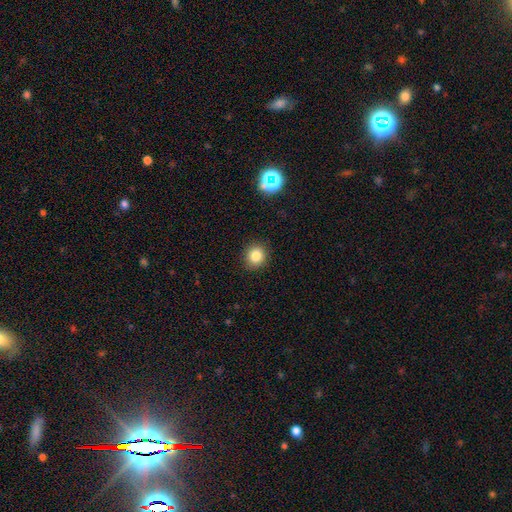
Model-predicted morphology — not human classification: type=smooth (82%); roundness=round (88%); merging=none (90%).